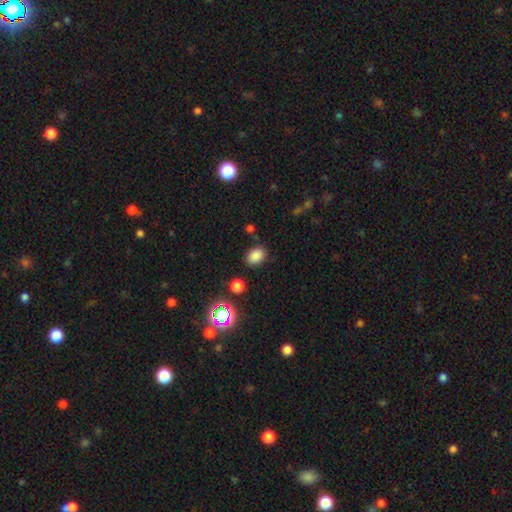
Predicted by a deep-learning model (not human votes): A smooth galaxy with no disk features (81%) that is in between round and cigar-shaped (70%). Merging: none (80%).